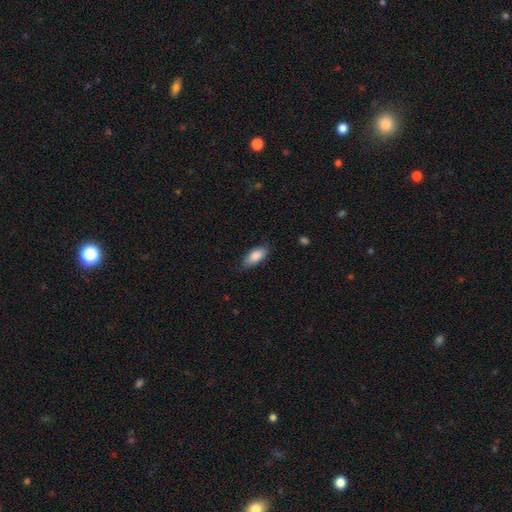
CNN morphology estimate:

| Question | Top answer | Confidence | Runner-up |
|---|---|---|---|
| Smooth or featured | smooth | 87% | featured or disk (7%) |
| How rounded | in between | 85% | cigar-shaped (13%) |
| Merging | none | 76% | minor disturbance (19%) |